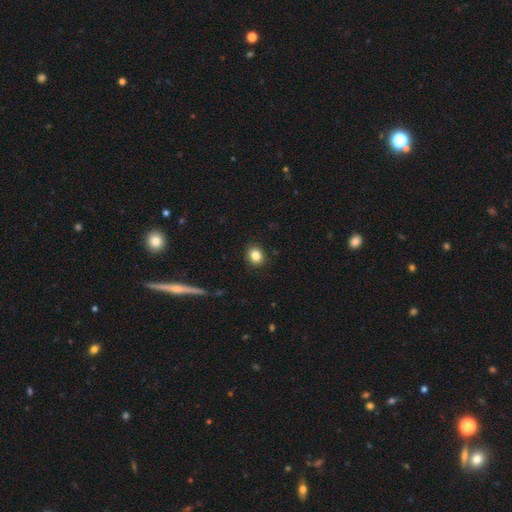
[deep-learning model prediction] Smooth or featured? Predicted: smooth (p=0.85). How rounded? Predicted: round (p=0.66). Merging? Predicted: none (p=0.90).